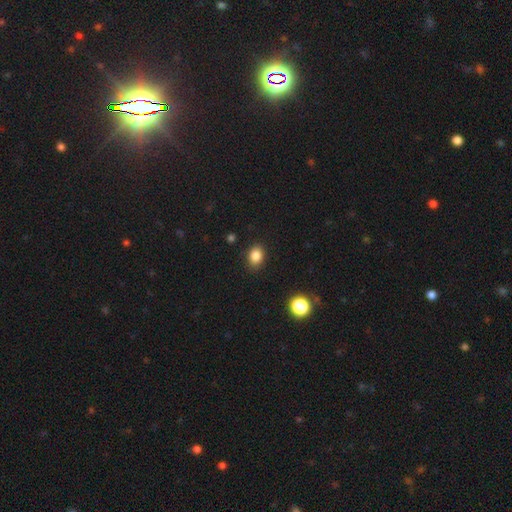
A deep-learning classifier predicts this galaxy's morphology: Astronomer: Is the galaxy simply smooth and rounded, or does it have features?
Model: smooth — 84%.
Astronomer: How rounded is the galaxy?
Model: in between — 63%.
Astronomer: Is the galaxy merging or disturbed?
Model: none — 87%.